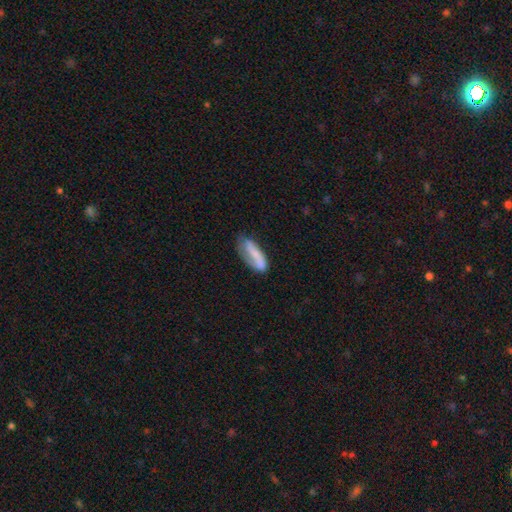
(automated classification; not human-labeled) smooth-or-featured: smooth: 58% | featured or disk: 35% | star or artifact: 7%
  how-rounded: in between: 63% | cigar-shaped: 35% | round: 2%
  merging: none: 51% | minor disturbance: 29% | major disturbance: 15% | merger: 5%